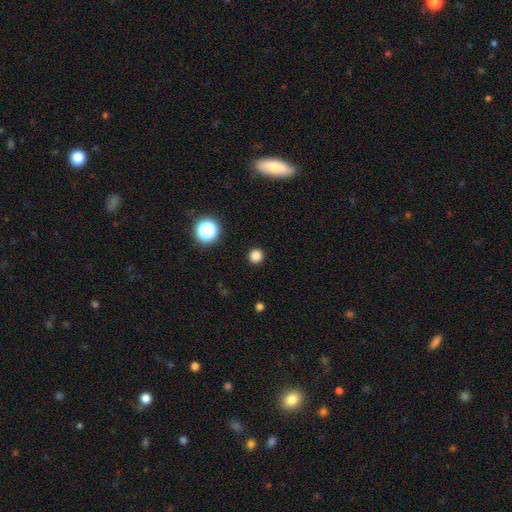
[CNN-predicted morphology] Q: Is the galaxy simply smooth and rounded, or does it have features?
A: smooth — 82%.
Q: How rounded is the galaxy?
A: round — 94%.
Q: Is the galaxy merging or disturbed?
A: none — 92%.